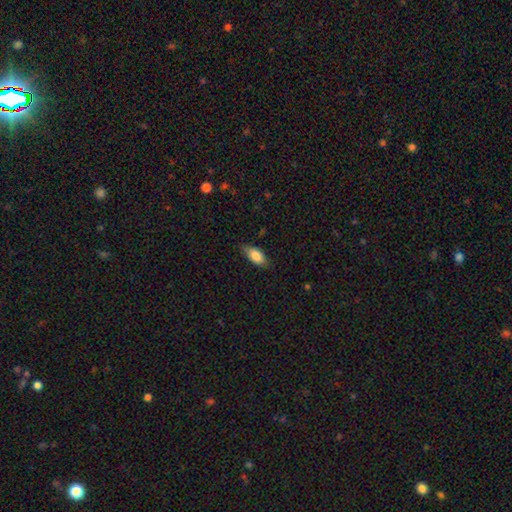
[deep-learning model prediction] Overall: smooth (82%). How rounded: in between (87%). Merging: none (76%).